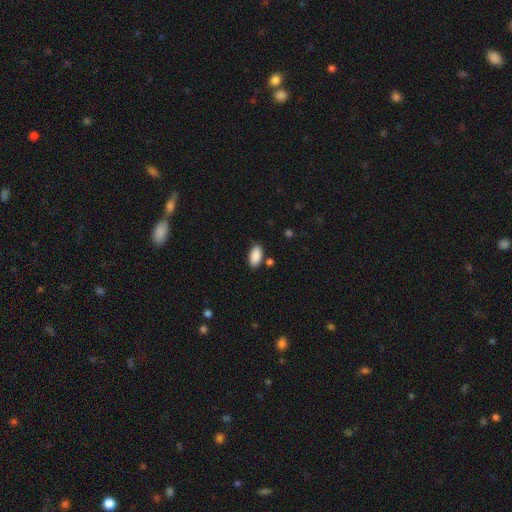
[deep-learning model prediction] Smooth or featured?
  - smooth: 89% *
  - star or artifact: 7%
  - featured or disk: 4%
How rounded?
  - in between: 94% *
  - cigar-shaped: 3%
  - round: 3%
Merging?
  - none: 80% *
  - minor disturbance: 12%
  - merger: 5%
  - major disturbance: 3%